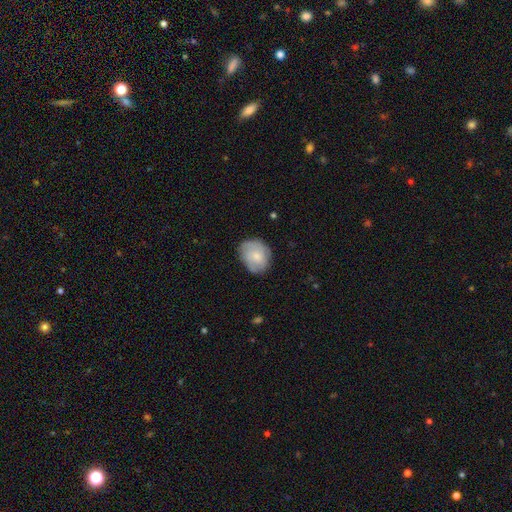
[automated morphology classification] type=smooth (66%); roundness=round (55%); merging=none (70%).